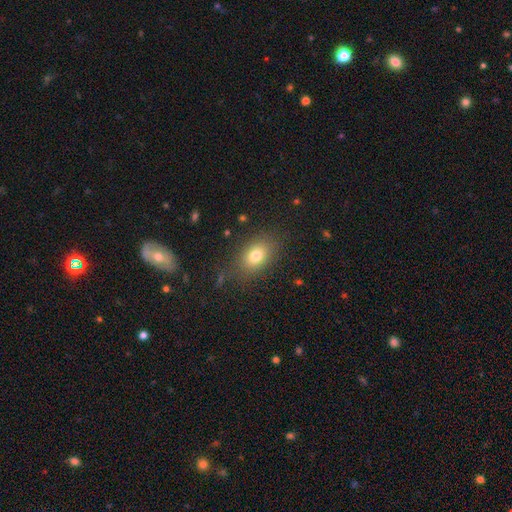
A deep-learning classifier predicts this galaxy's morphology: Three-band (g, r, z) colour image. It shows a smooth galaxy with no disk features (78%) that is in between round and cigar-shaped (77%). Merging: none (79%).